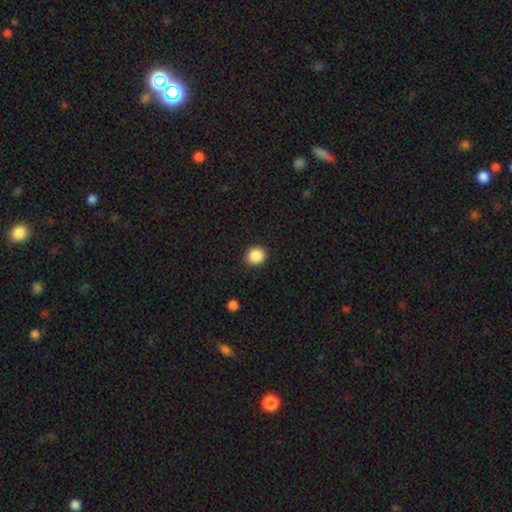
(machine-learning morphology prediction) Overall: smooth (89%). How rounded: round (77%). Merging: none (91%).